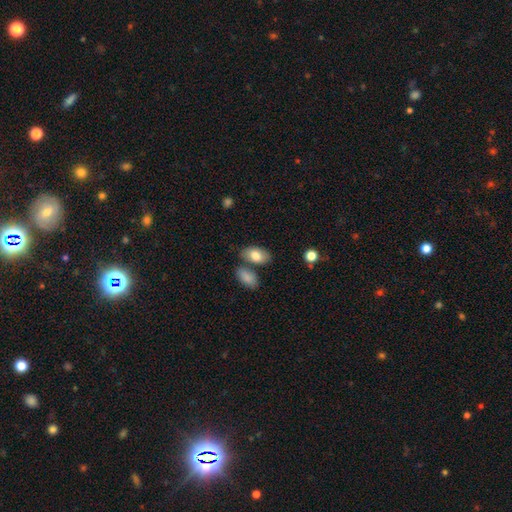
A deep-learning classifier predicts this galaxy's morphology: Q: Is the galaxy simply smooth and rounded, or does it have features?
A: smooth — 82%.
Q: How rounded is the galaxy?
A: in between — 93%.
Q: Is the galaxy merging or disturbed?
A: none — 67%.